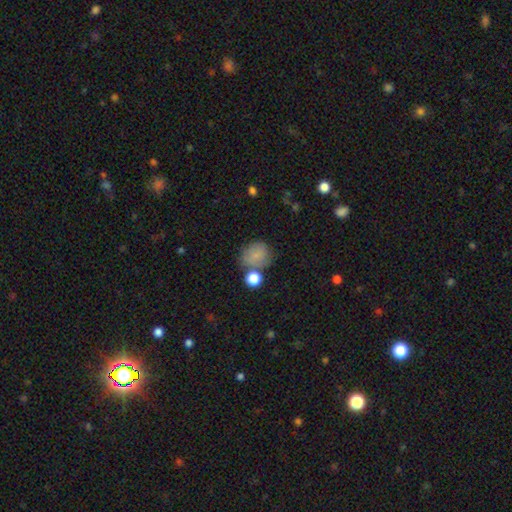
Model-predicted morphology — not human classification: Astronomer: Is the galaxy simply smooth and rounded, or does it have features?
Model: smooth — 79%.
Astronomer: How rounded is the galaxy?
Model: round — 68%.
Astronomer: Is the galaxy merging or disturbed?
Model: none — 58%.